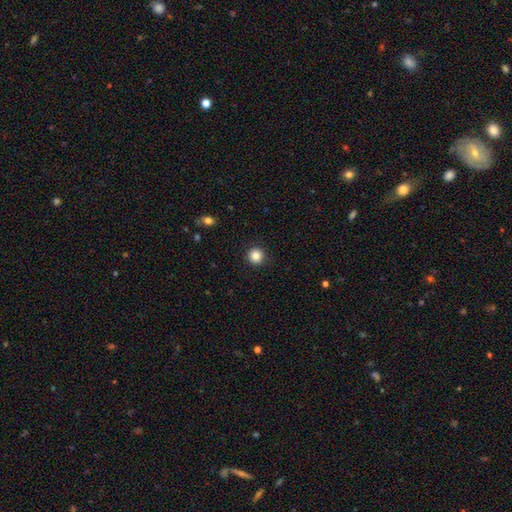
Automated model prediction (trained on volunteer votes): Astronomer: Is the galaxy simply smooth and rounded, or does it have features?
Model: smooth — 85%.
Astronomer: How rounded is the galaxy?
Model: round — 95%.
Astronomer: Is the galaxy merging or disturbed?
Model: none — 92%.